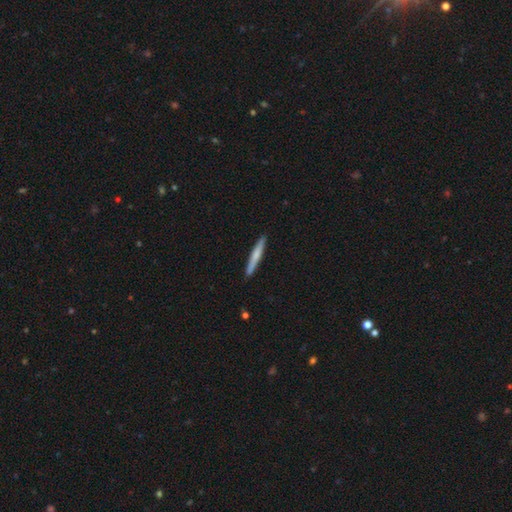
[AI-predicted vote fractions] Q: Smooth or featured?
A: smooth (59%); runner-up: featured or disk (36%)
Q: How rounded?
A: cigar-shaped (96%); runner-up: in between (3%)
Q: Merging?
A: none (91%); runner-up: minor disturbance (6%)